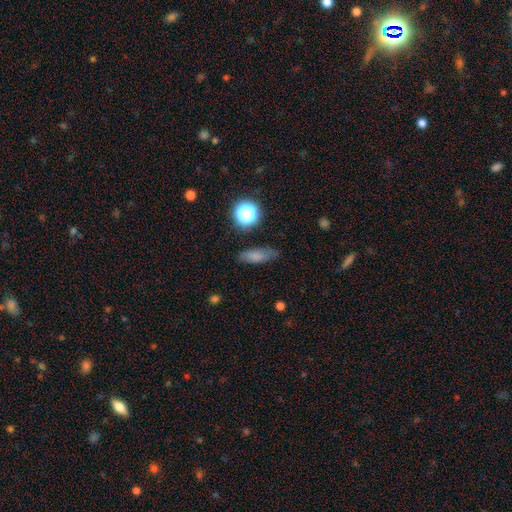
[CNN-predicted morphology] A smooth galaxy with no disk features (74%) that is in between round and cigar-shaped (55%). Merging: none (76%).